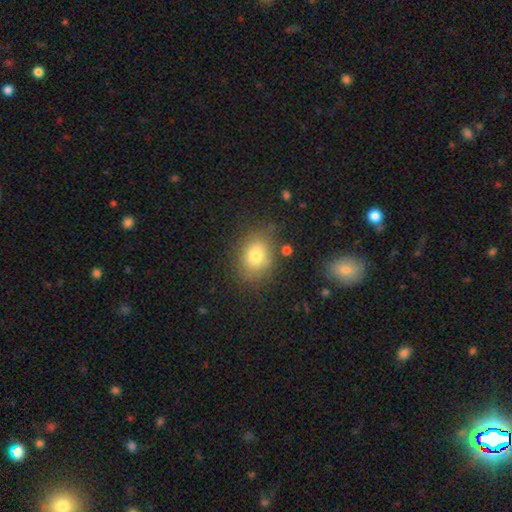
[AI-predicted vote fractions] This appears to be a smooth galaxy with no disk features (78%) that is in between round and cigar-shaped (62%). Merging: none (77%).